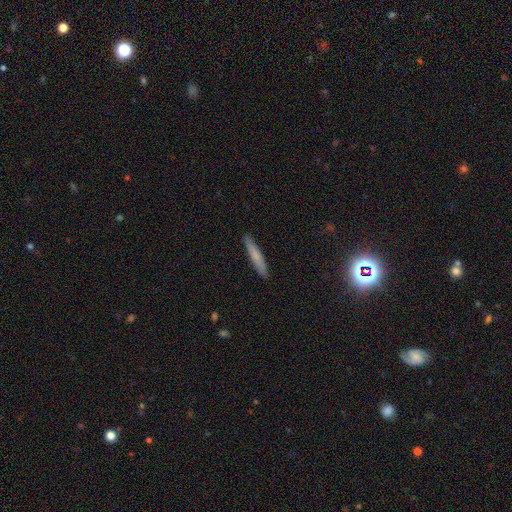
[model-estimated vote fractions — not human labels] Smooth or featured?
  - smooth: 70% *
  - featured or disk: 23%
  - star or artifact: 7%
How rounded?
  - cigar-shaped: 93% *
  - in between: 5%
  - round: 1%
Merging?
  - none: 90% *
  - minor disturbance: 7%
  - major disturbance: 1%
  - merger: 1%